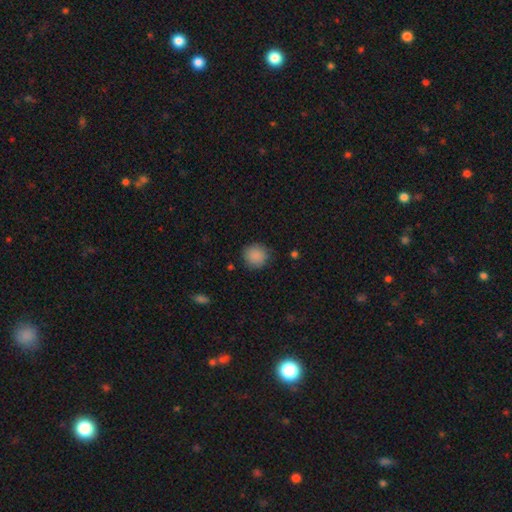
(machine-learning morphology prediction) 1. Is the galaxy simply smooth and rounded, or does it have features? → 88% smooth, 8% star or artifact, 3% featured or disk.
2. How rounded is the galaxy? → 92% round, 7% in between, 1% cigar-shaped.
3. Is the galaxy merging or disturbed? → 86% none, 10% minor disturbance, 3% major disturbance, 1% merger.